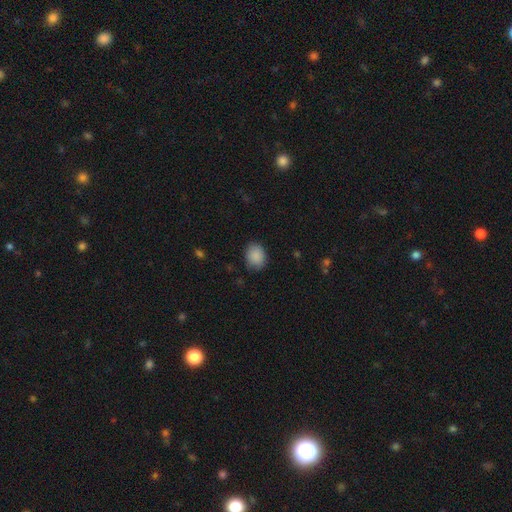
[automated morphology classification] smooth 89%, star or artifact 7%, featured or disk 3%. Down the decision tree: how rounded — in between (54%); merging — none (84%).